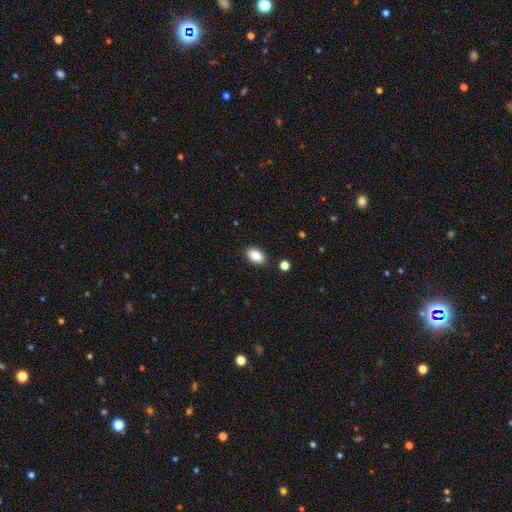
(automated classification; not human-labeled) A smooth galaxy with no disk features (85%) that is in between round and cigar-shaped (90%).

Vote fractions:
- Smooth or featured? smooth: 85% / star or artifact: 8% / featured or disk: 7%
- How rounded? in between: 90% / round: 9% / cigar-shaped: 1%
- Merging? none: 89% / minor disturbance: 8% / merger: 2% / major disturbance: 2%